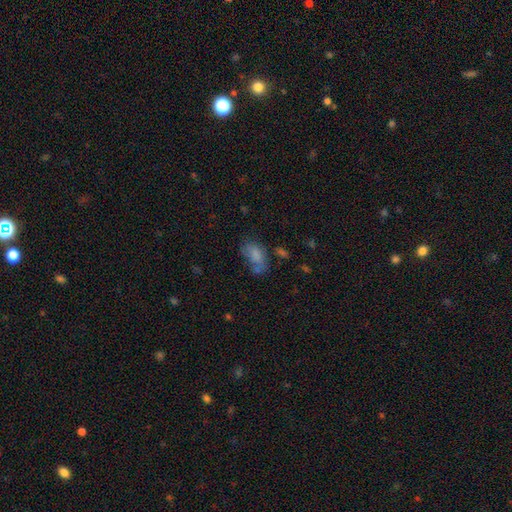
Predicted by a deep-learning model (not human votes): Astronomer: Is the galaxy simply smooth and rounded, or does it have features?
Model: smooth — 72%.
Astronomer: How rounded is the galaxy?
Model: in between — 88%.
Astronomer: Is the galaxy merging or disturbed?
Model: none — 41% (runner-up: minor disturbance, 24%).